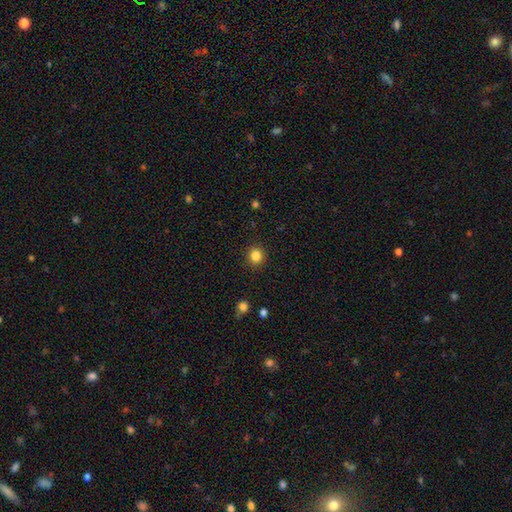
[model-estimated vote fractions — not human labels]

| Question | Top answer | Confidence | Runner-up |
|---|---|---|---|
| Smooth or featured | smooth | 84% | star or artifact (11%) |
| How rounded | round | 89% | in between (10%) |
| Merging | none | 92% | minor disturbance (5%) |